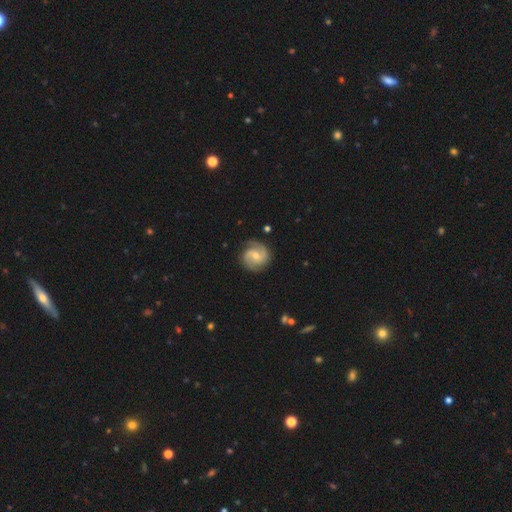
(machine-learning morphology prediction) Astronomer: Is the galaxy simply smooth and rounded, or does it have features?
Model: featured or disk — 82%.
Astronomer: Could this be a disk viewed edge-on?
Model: no — 98%.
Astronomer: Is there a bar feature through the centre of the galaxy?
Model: weak — 48% (runner-up: no, 40%).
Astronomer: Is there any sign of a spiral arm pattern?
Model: yes — 96%.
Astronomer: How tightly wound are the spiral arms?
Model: medium — 50% (runner-up: tight, 32%).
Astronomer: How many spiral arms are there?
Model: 2 — 87%.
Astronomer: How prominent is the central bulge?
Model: small — 52% (runner-up: moderate, 44%).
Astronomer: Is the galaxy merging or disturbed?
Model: none — 82%.